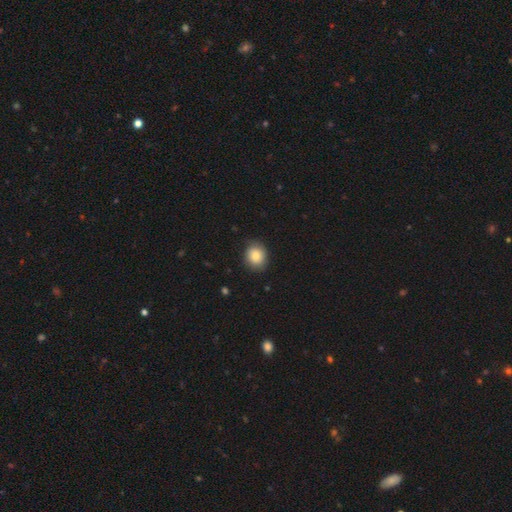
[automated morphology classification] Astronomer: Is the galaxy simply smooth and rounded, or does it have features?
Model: smooth — 84%.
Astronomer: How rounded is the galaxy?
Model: round — 67%.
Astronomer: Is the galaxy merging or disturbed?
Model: none — 82%.